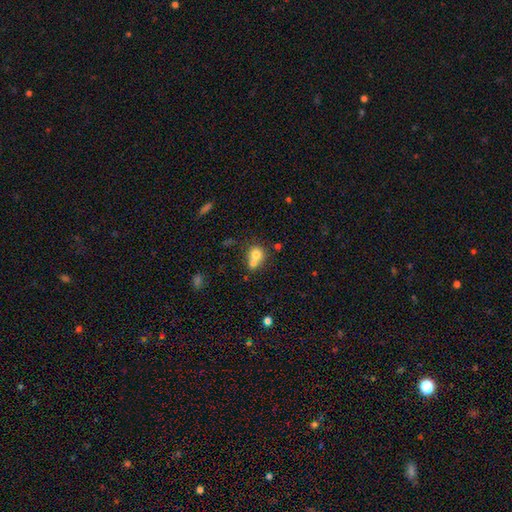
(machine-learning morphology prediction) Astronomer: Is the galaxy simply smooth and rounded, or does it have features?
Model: smooth — 72%.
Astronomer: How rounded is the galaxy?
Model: round — 76%.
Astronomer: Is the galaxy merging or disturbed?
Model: merger — 58%.